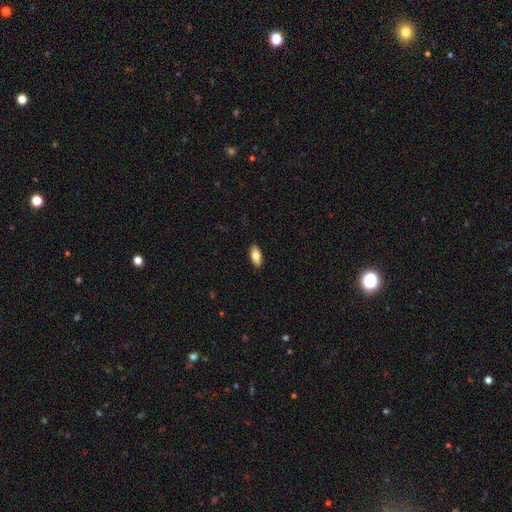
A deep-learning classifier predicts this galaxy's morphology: smooth_or_featured: smooth (p=0.80) [alt: featured or disk p=0.14]
how_rounded: in between (p=0.86) [alt: cigar-shaped p=0.12]
merging: none (p=0.89) [alt: minor disturbance p=0.08]